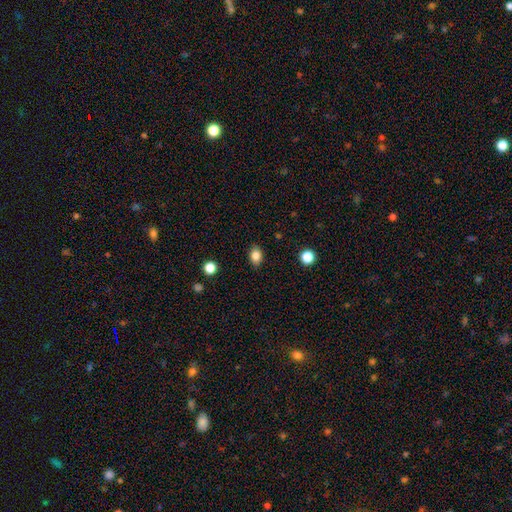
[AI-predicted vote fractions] Overall: smooth (84%). How rounded: in between (76%). Merging: none (87%).